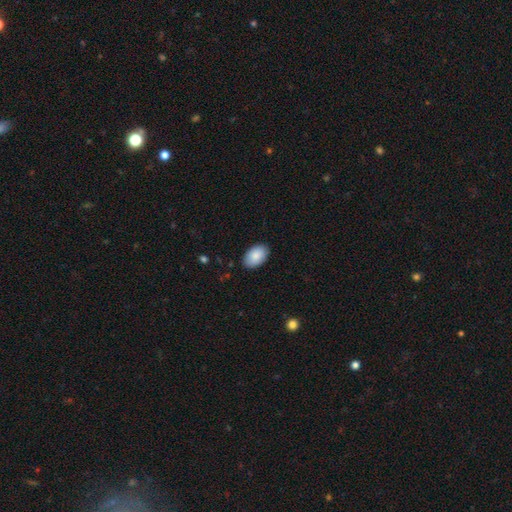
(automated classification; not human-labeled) smooth 87%, featured or disk 7%, star or artifact 6%. Down the decision tree: how rounded — in between (93%); merging — none (87%).